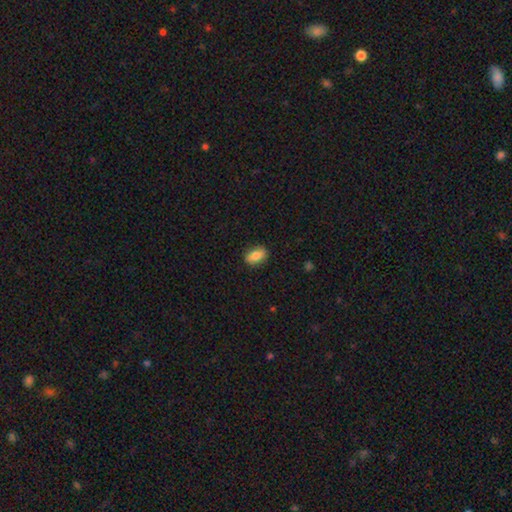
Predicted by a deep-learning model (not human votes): This is clearly a smooth galaxy (82%). How rounded: clearly in between (85%). Merging: clearly none (87%).